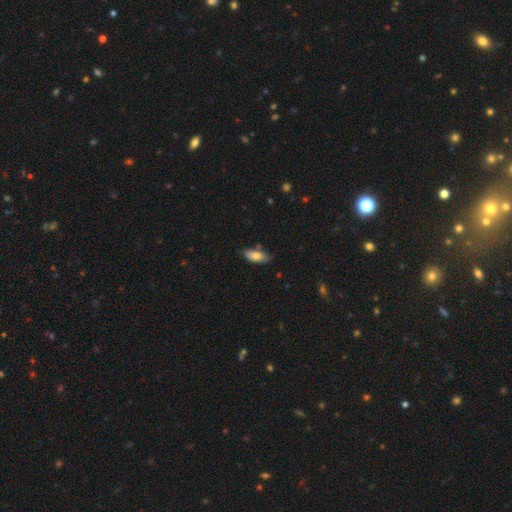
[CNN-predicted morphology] smooth-or-featured: smooth: 76% | featured or disk: 17% | star or artifact: 7%
  how-rounded: in between: 81% | cigar-shaped: 17% | round: 2%
  merging: none: 74% | minor disturbance: 19% | merger: 4% | major disturbance: 3%